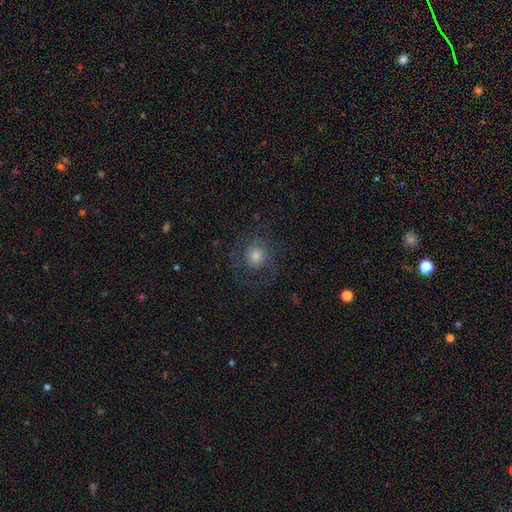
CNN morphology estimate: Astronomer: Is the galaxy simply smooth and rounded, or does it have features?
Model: featured or disk — 43% (runner-up: smooth, 41%).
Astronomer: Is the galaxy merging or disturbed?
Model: none — 74%.